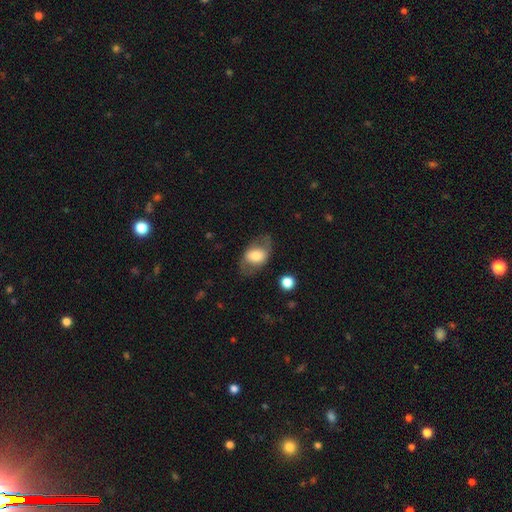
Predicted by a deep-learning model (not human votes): Smooth or featured? Predicted: smooth (p=0.58). How rounded? Predicted: in between (p=0.77). Merging? Predicted: none (p=0.66).